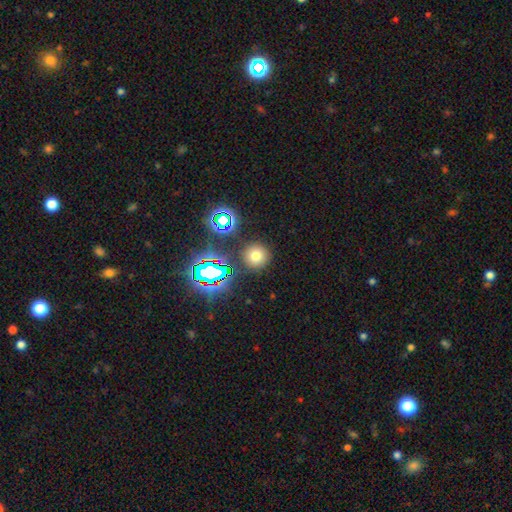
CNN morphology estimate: A smooth galaxy with no disk features (66%) that is round (94%).

Vote fractions:
- Smooth or featured? smooth: 66% / star or artifact: 25% / featured or disk: 9%
- How rounded? round: 94% / in between: 5% / cigar-shaped: 1%
- Merging? none: 87% / minor disturbance: 7% / merger: 4% / major disturbance: 3%